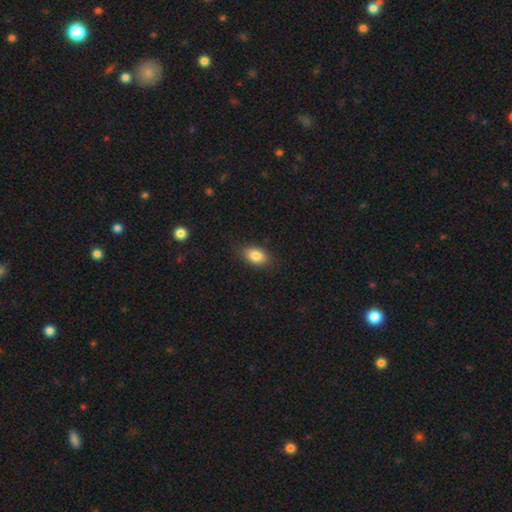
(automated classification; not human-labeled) Overall: smooth (85%). How rounded: in between (88%). Merging: none (84%).